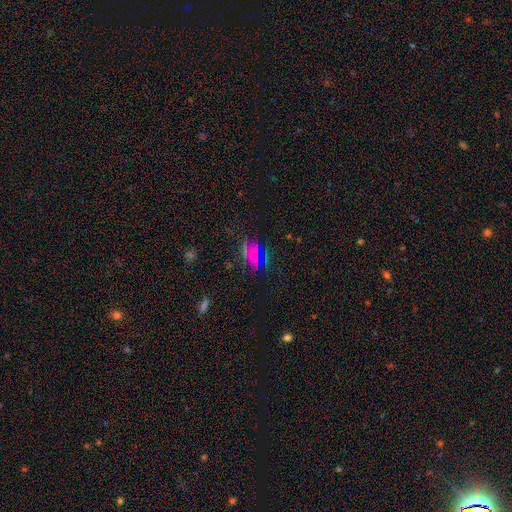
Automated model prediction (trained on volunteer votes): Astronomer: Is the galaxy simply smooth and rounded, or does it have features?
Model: smooth — 49% (runner-up: star or artifact, 34%).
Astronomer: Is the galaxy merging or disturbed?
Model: none — 67%.